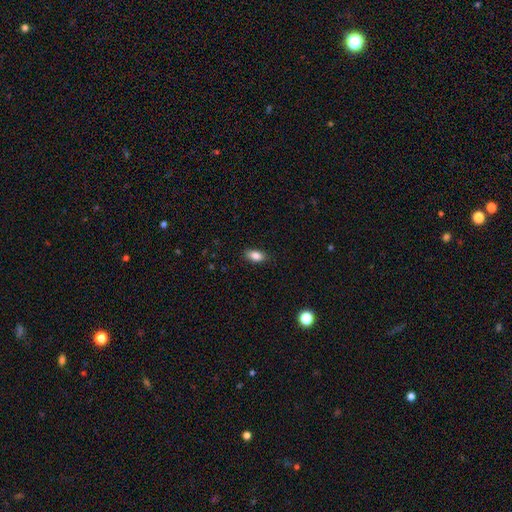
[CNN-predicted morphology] Smooth or featured: smooth — 85% (star or artifact — 8%)
How rounded: in between — 89% (round — 6%)
Merging: none — 87% (minor disturbance — 10%)